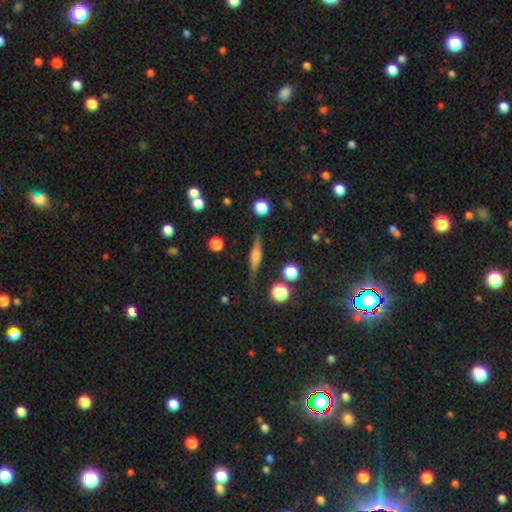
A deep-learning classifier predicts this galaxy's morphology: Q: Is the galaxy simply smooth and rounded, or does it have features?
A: smooth — 49%.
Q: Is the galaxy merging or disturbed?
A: none — 78%.